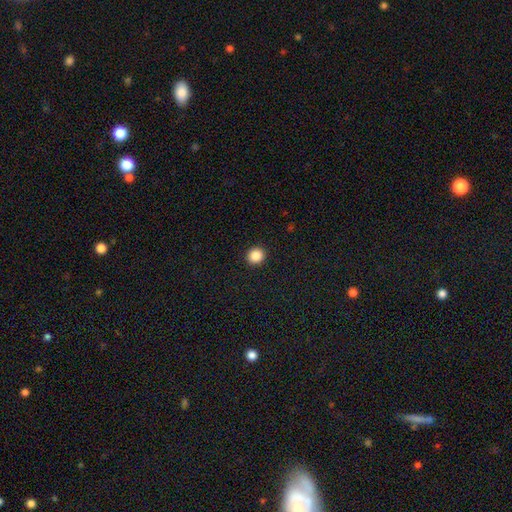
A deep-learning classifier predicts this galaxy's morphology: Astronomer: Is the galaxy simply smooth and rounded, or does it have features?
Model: smooth — 87%.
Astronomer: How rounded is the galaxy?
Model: round — 87%.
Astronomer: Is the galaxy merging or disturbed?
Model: none — 93%.